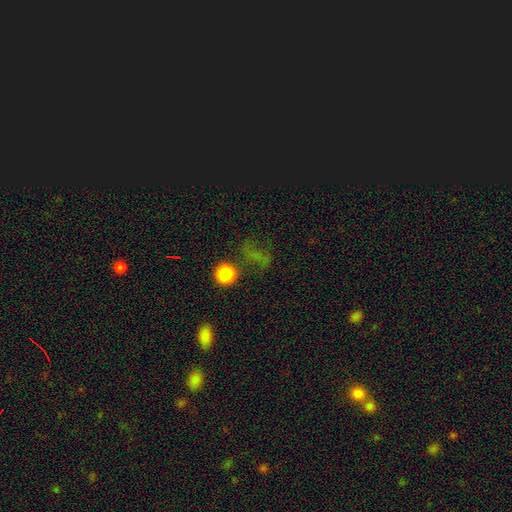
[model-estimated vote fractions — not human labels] smooth-or-featured: smooth: 46% | star or artifact: 38% | featured or disk: 16%
  merging: none: 55% | major disturbance: 22% | minor disturbance: 17% | merger: 6%